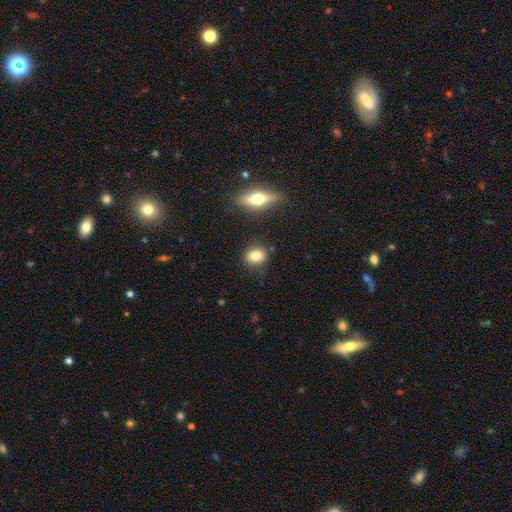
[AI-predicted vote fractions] Overall: smooth (79%). How rounded: round (55%; in between 42%). Merging: none (77%).